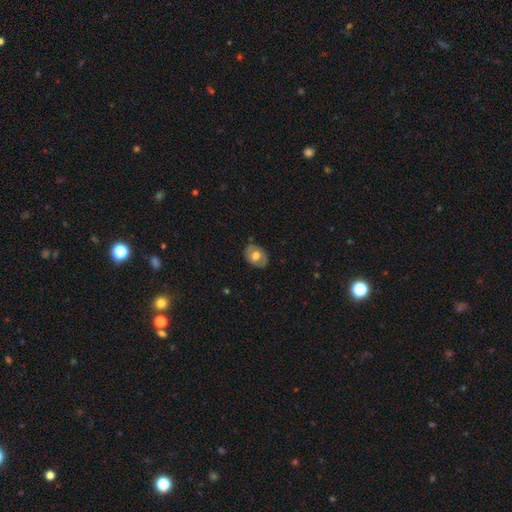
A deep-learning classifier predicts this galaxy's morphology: smooth_or_featured: smooth (p=0.56) [alt: featured or disk p=0.38]
how_rounded: in between (p=0.61) [alt: round p=0.38]
merging: none (p=0.81) [alt: minor disturbance p=0.14]